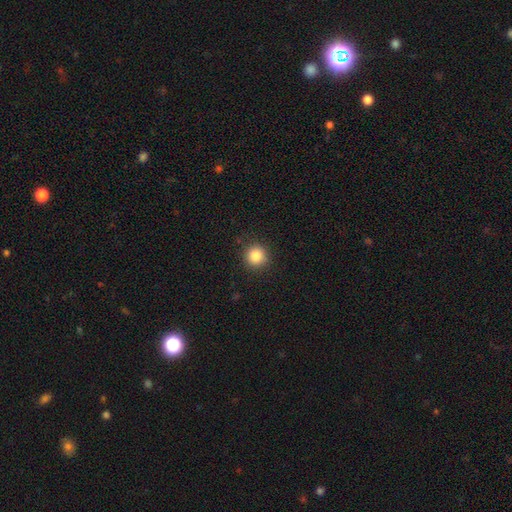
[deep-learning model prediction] A smooth galaxy with no disk features (85%) that is round (93%).

Vote fractions:
- Smooth or featured? smooth: 85% / star or artifact: 10% / featured or disk: 4%
- How rounded? round: 93% / in between: 6% / cigar-shaped: 1%
- Merging? none: 89% / minor disturbance: 7% / major disturbance: 2% / merger: 1%